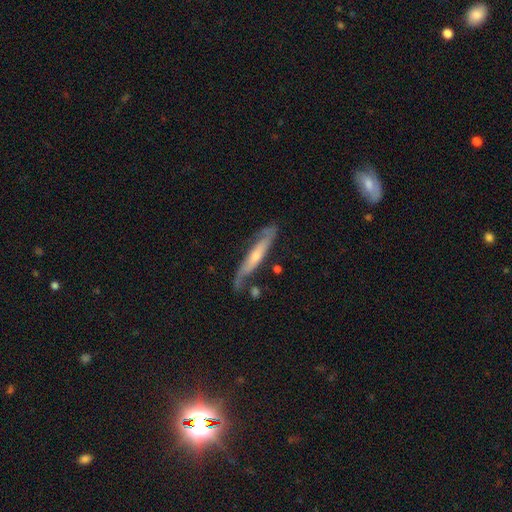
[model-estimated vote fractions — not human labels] smooth_or_featured: featured or disk (p=0.66) [alt: smooth p=0.29]
disk_edge_on: yes (p=0.63) [alt: no p=0.37]
merging: none (p=0.65) [alt: minor disturbance p=0.21]